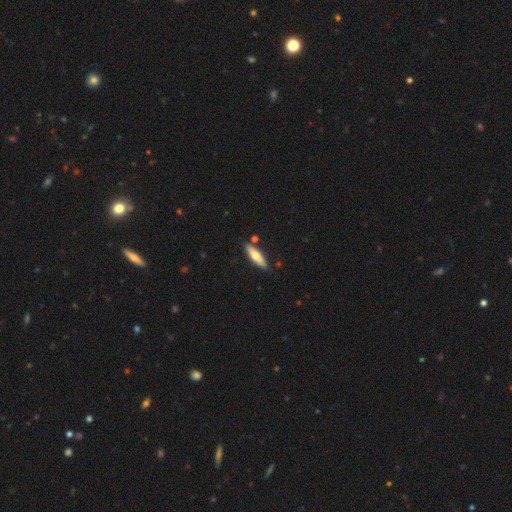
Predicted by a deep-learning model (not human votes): A smooth galaxy with no disk features (60%) that is cigar-shaped (59%).

Vote fractions:
- Smooth or featured? smooth: 60% / featured or disk: 35% / star or artifact: 6%
- How rounded? cigar-shaped: 59% / in between: 39% / round: 2%
- Merging? none: 83% / minor disturbance: 11% / merger: 4% / major disturbance: 2%